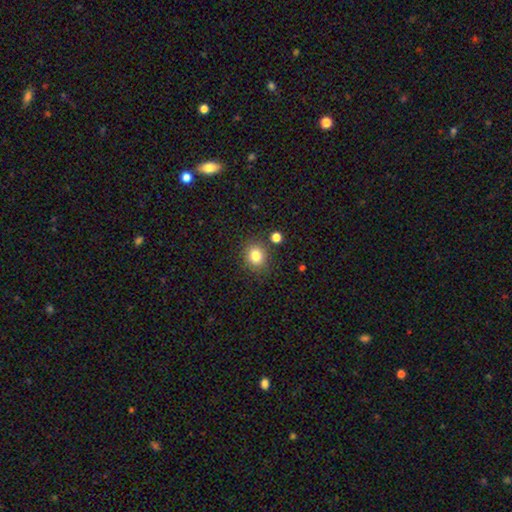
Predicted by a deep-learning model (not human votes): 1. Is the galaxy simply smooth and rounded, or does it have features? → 82% smooth, 12% star or artifact, 7% featured or disk.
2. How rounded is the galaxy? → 74% round, 25% in between, 1% cigar-shaped.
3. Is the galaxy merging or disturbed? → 82% none, 10% minor disturbance, 5% merger, 3% major disturbance.